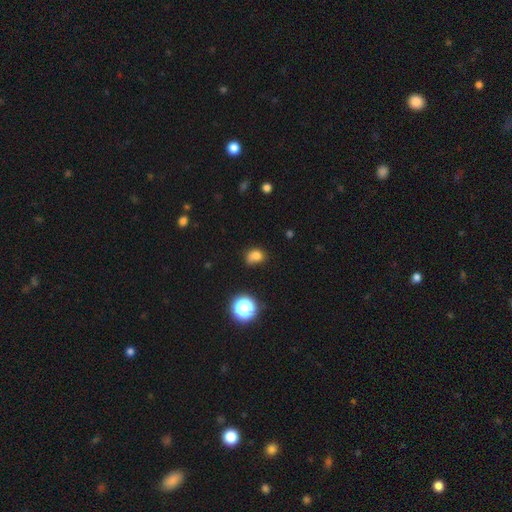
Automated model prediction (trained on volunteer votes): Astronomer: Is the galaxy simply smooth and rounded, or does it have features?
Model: smooth — 75%.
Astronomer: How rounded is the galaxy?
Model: round — 54% (runner-up: in between, 45%).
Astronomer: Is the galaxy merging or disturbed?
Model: none — 46% (runner-up: minor disturbance, 31%).